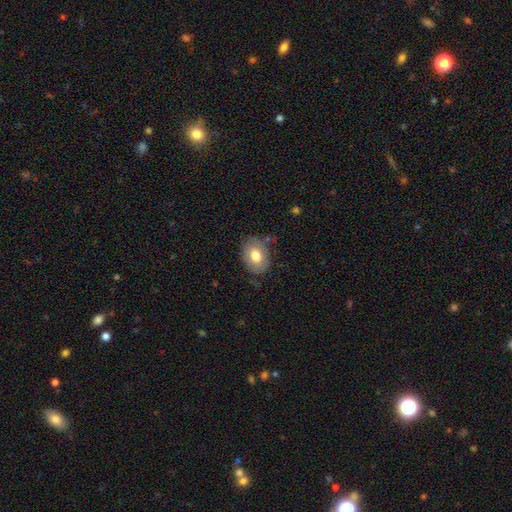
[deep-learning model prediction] This is likely a smooth galaxy (75%). How rounded: likely in between (75%). Merging: likely none (75%).